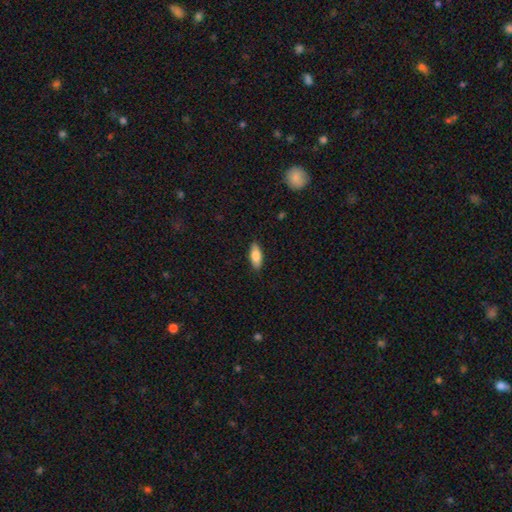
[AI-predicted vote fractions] Overall: smooth (78%). How rounded: in between (74%). Merging: none (88%).